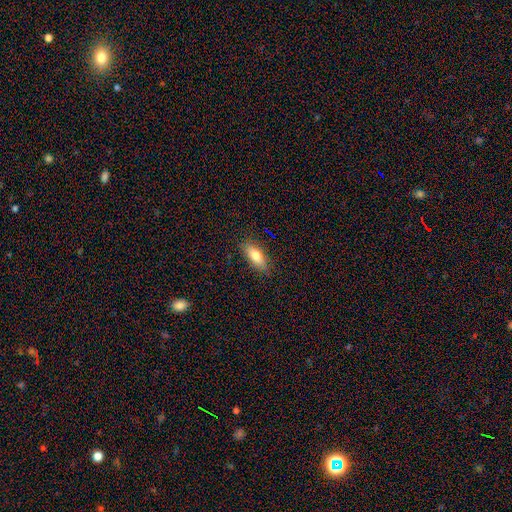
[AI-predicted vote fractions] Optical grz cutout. It shows a smooth galaxy with no disk features (77%) that is in between round and cigar-shaped (77%). Merging: none (86%).